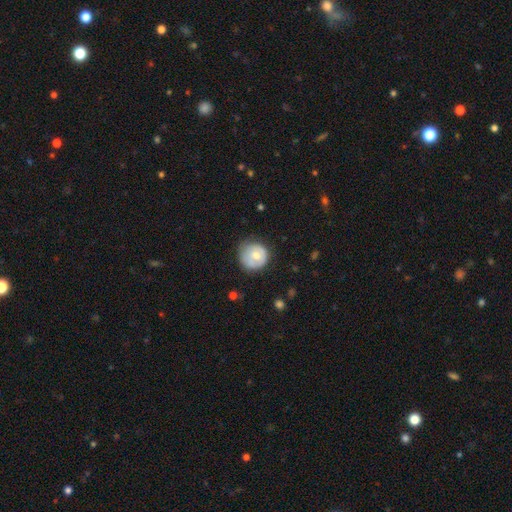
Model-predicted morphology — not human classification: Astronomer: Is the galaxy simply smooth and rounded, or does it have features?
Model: smooth — 66%.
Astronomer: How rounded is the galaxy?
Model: round — 90%.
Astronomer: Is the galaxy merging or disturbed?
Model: none — 62%.